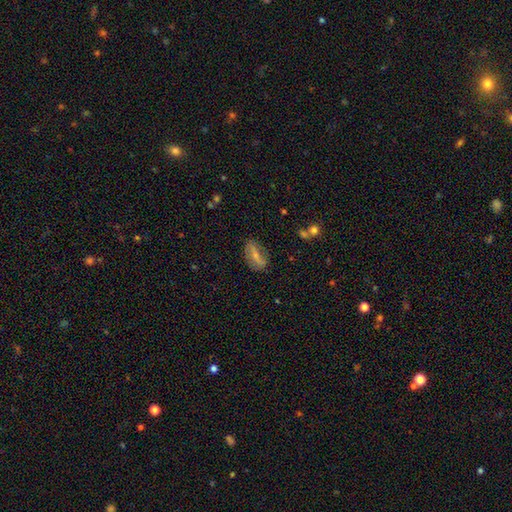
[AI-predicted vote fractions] The model was most divided on "smooth or featured": smooth: 48%, featured or disk: 44%, star or artifact: 8%. More confident: merging — none (74%).